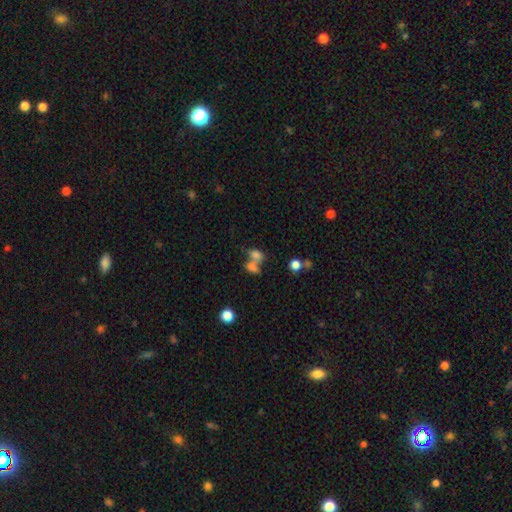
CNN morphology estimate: A smooth galaxy with no disk features (71%) that is in between round and cigar-shaped (75%). Merging: merger (59%).